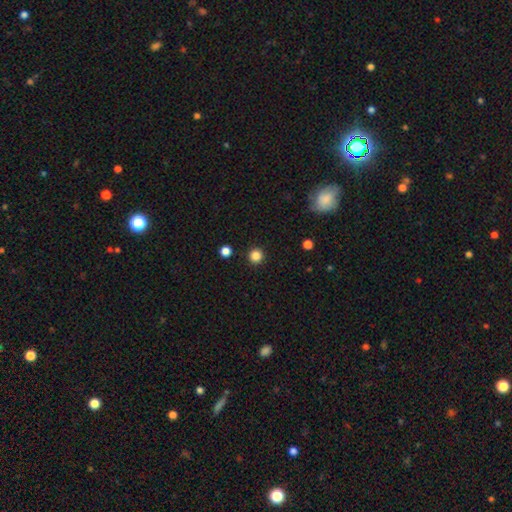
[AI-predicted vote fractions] smooth 84%, star or artifact 12%, featured or disk 3%. Down the decision tree: how rounded — round (96%); merging — none (93%).